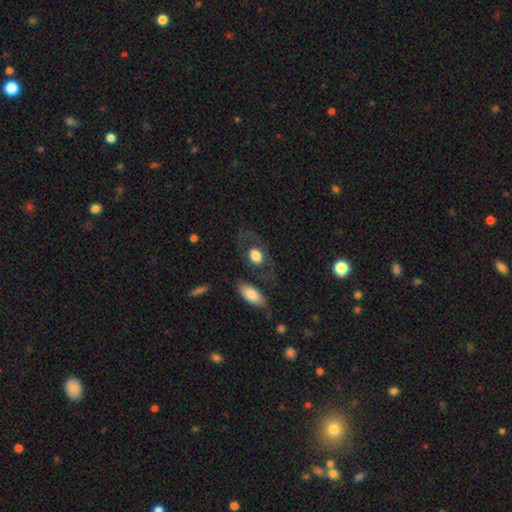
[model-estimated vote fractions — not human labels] Smooth or featured? smooth (60%)
How rounded? in between (75%)
Merging? none (68%)